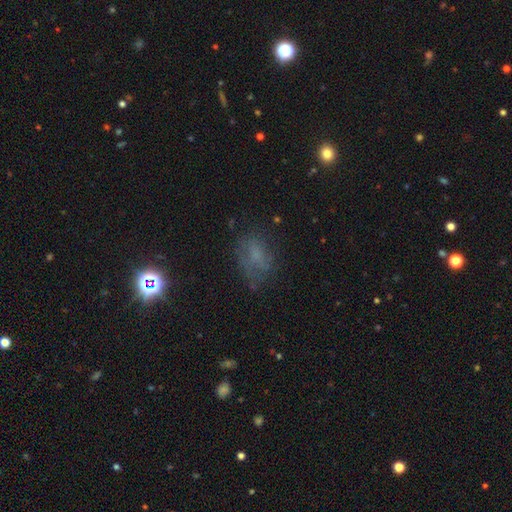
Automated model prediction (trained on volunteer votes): Morphology: type=smooth (49%); merging=none (54%).